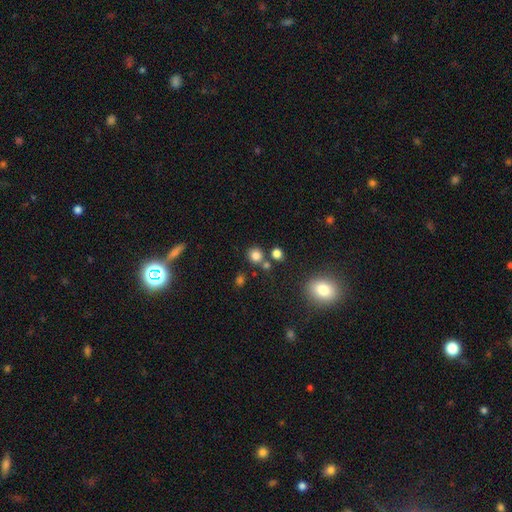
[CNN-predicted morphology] Smooth or featured: smooth — 79% (star or artifact — 15%)
How rounded: round — 87% (in between — 12%)
Merging: none — 73% (merger — 15%)